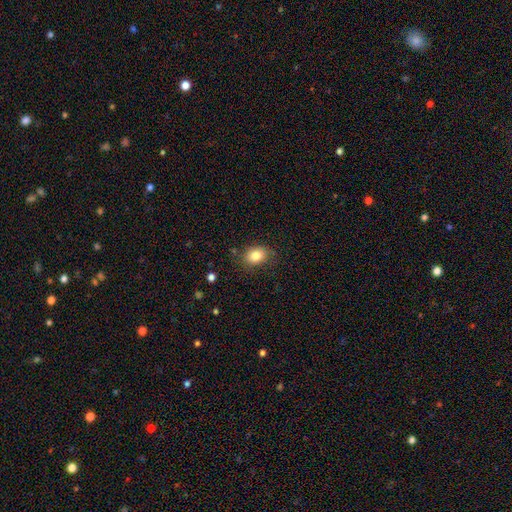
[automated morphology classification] smooth_or_featured: smooth (p=0.83) [alt: star or artifact p=0.09]
how_rounded: in between (p=0.68) [alt: round p=0.31]
merging: none (p=0.76) [alt: minor disturbance p=0.17]